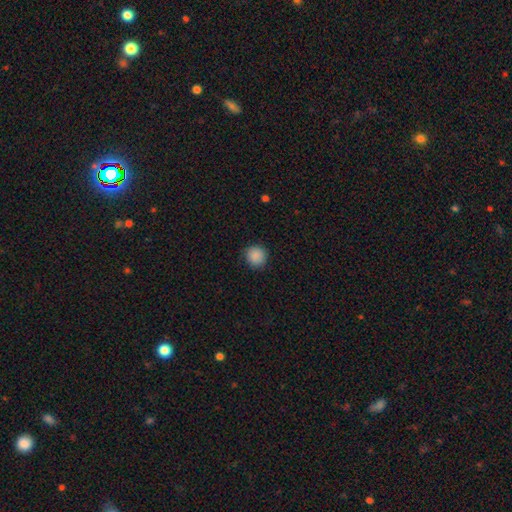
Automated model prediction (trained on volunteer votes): Smooth or featured?
  - smooth: 89% *
  - star or artifact: 9%
  - featured or disk: 3%
How rounded?
  - round: 93% *
  - in between: 6%
  - cigar-shaped: 1%
Merging?
  - none: 90% *
  - minor disturbance: 7%
  - major disturbance: 2%
  - merger: 1%